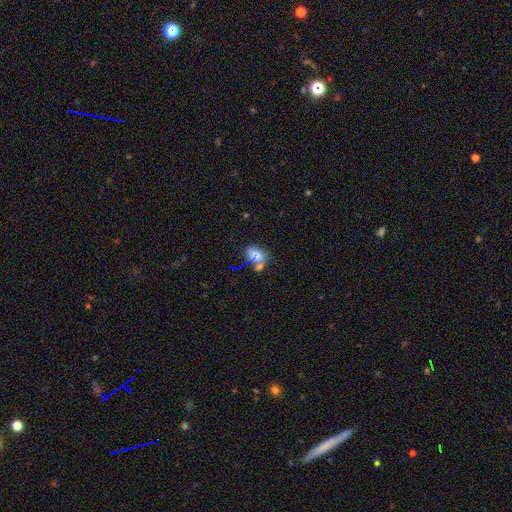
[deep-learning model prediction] The model was most divided on "merging": merger: 37%, none: 36%, minor disturbance: 17%, major disturbance: 10%. More confident: how rounded — in between (83%); smooth or featured — smooth (66%).